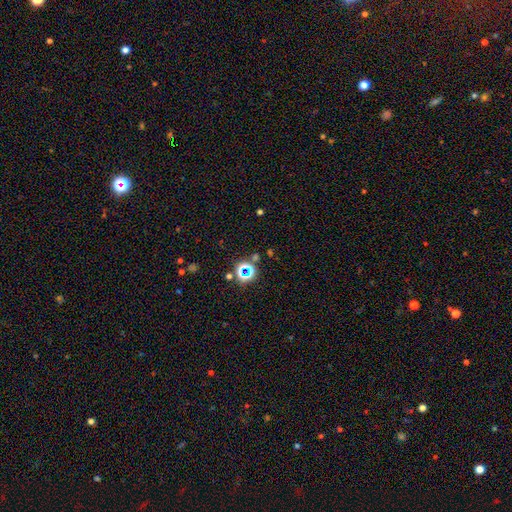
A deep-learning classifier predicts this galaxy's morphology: The model was most divided on "smooth or featured": star or artifact: 62%, smooth: 28%, featured or disk: 9%.